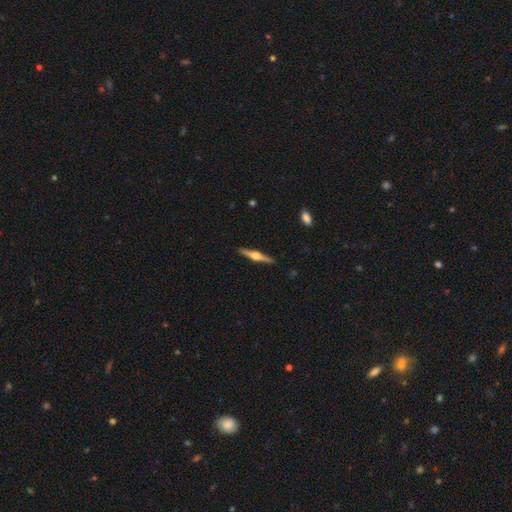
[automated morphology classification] smooth_or_featured: featured or disk (p=0.76) [alt: smooth p=0.19]
disk_edge_on: yes (p=0.98) [alt: no p=0.02]
edge_on_bulge: rounded (p=0.94) [alt: boxy p=0.04]
merging: none (p=0.91) [alt: minor disturbance p=0.06]